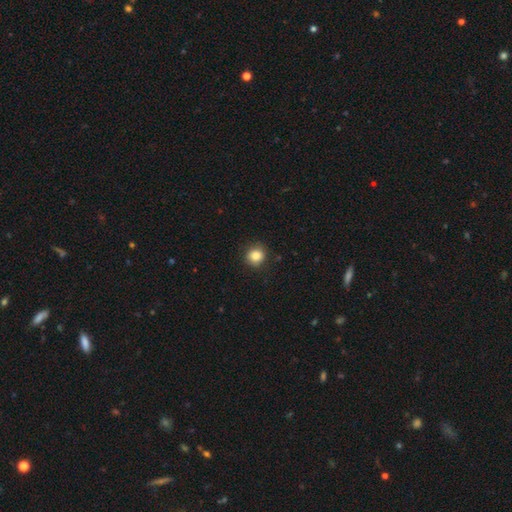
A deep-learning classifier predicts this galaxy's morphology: A smooth galaxy with no disk features (85%) that is round (87%).

Vote fractions:
- Smooth or featured? smooth: 85% / star or artifact: 10% / featured or disk: 5%
- How rounded? round: 87% / in between: 12% / cigar-shaped: 1%
- Merging? none: 87% / minor disturbance: 9% / major disturbance: 2% / merger: 1%